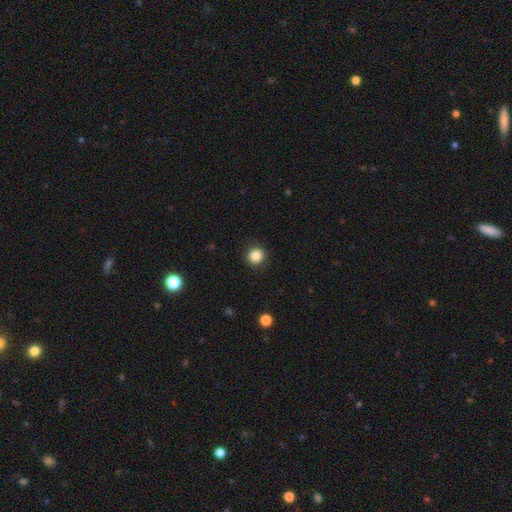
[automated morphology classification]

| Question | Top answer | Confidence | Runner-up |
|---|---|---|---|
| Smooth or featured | smooth | 85% | star or artifact (11%) |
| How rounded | round | 94% | in between (5%) |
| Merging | none | 92% | minor disturbance (5%) |